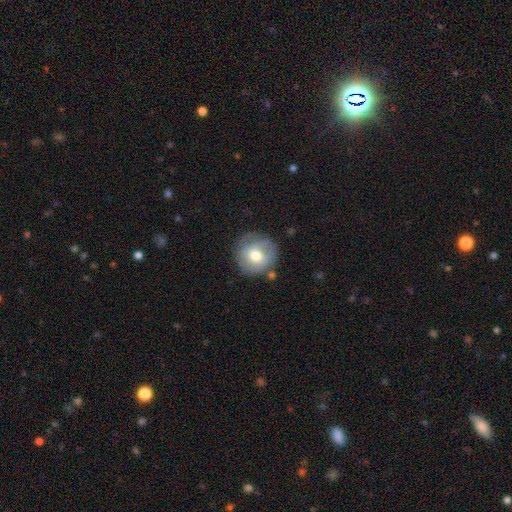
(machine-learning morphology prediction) Smooth or featured? smooth (51%)
How rounded? round (92%)
Merging? none (72%)